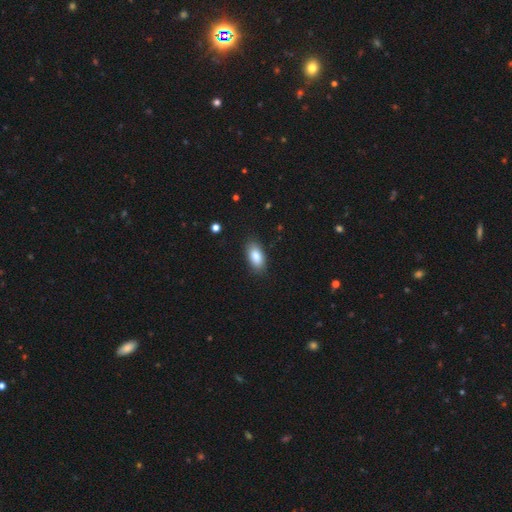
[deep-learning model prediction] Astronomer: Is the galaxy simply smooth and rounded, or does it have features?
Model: smooth — 85%.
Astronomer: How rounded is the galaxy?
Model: in between — 91%.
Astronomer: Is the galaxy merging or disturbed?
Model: none — 85%.